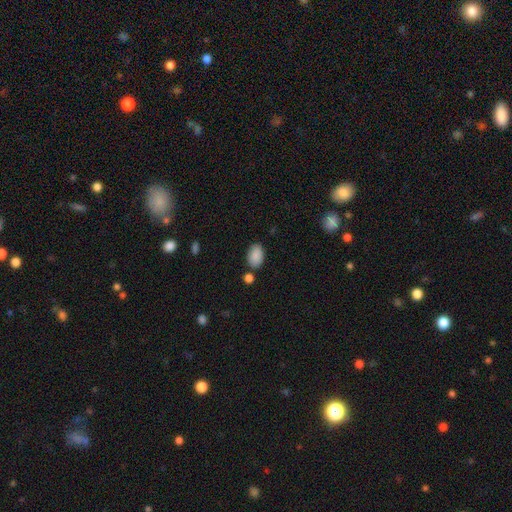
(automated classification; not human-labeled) Morphology: type=smooth (89%); roundness=in between (90%); merging=none (76%).